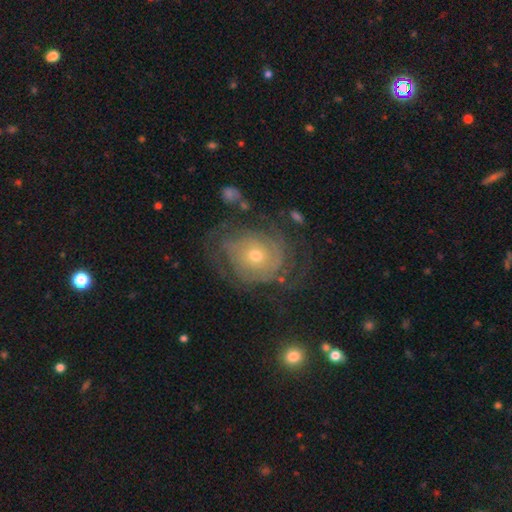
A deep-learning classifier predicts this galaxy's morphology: Smooth or featured? featured or disk (73%)
Edge-on disk? no (97%)
Bar? no (84%)
Spiral arms? yes (82%)
Spiral winding? tight (65%)
Spiral arm count? can't tell (49%)
Bulge size? small (51%)
Merging? none (59%)